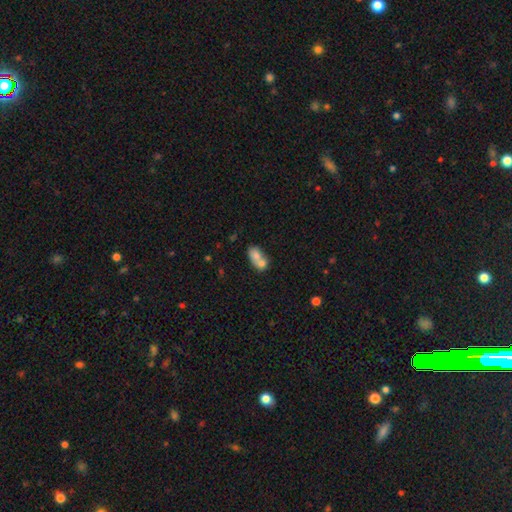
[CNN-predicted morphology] This appears to be a smooth galaxy with no disk features (70%) that is in between round and cigar-shaped (74%). Merging: merger (69%).